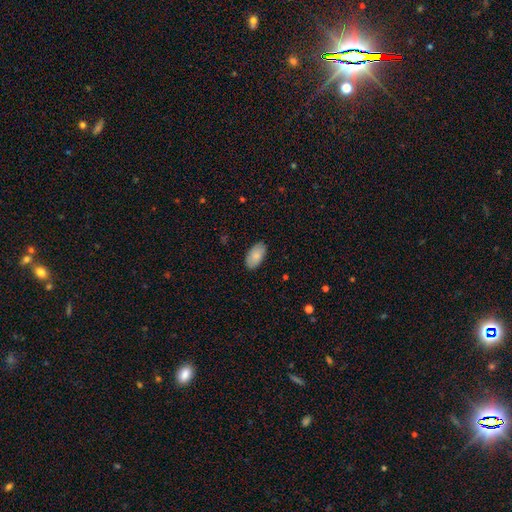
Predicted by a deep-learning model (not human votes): Smooth or featured? smooth (85%)
How rounded? in between (95%)
Merging? none (87%)